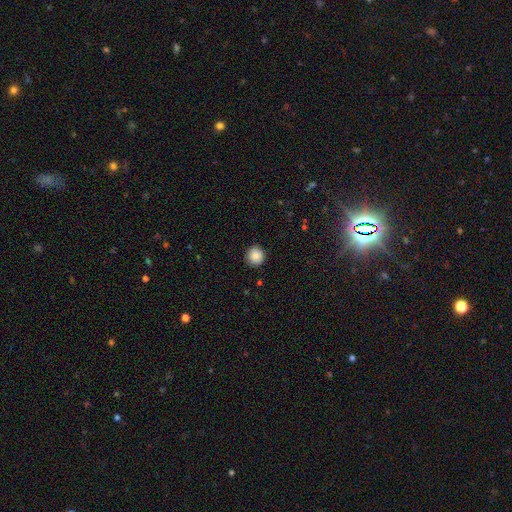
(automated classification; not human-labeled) Smooth or featured? Predicted: smooth (p=0.86). How rounded? Predicted: round (p=0.94). Merging? Predicted: none (p=0.90).